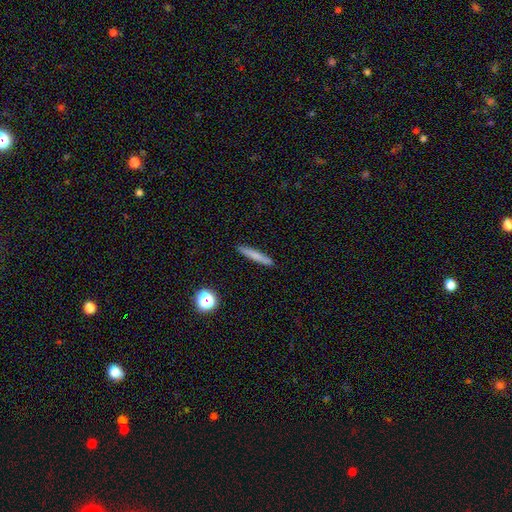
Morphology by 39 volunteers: A smooth galaxy with no disk features (62%) that is cigar-shaped (92%). Merging: none (92%).